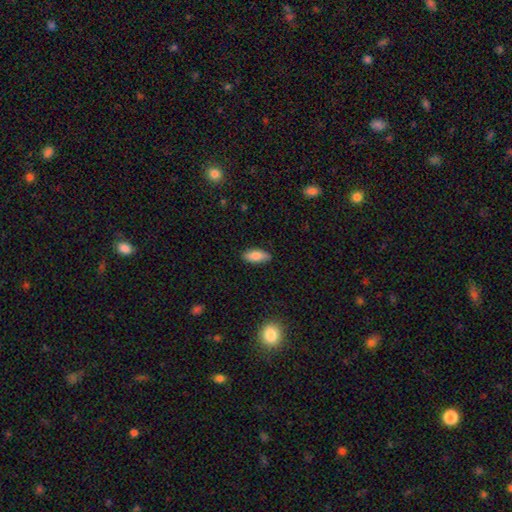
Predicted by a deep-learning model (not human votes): Smooth or featured? Predicted: smooth (p=0.83). How rounded? Predicted: in between (p=0.83). Merging? Predicted: none (p=0.86).